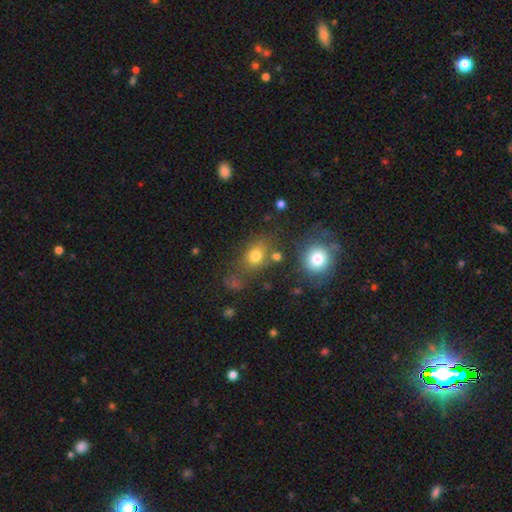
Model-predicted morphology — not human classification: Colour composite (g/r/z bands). It shows a smooth galaxy with no disk features (76%) that is in between round and cigar-shaped (50%). Merging: none (63%).